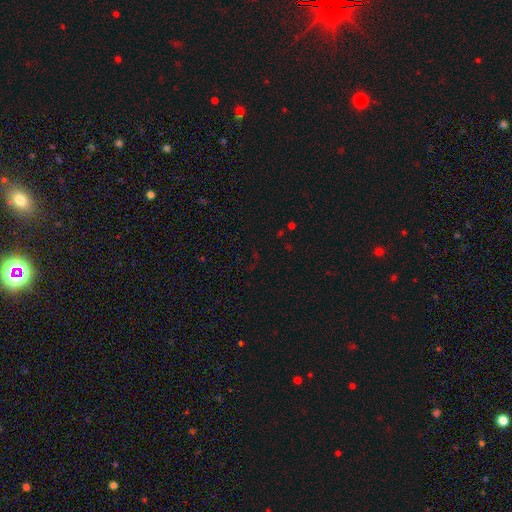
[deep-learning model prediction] A star or artifact, not a galaxy (67%).

Vote fractions:
- Smooth or featured? star or artifact: 67% / smooth: 25% / featured or disk: 9%